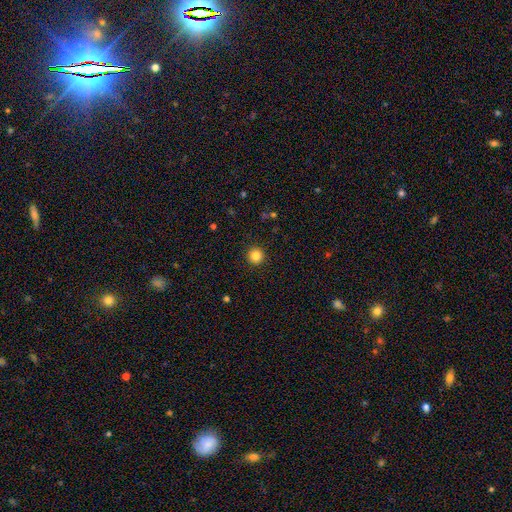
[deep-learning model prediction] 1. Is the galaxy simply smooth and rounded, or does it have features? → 84% smooth, 11% star or artifact, 5% featured or disk.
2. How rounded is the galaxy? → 95% round, 4% in between, 1% cigar-shaped.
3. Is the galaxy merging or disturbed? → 93% none, 5% minor disturbance, 2% major disturbance, 1% merger.